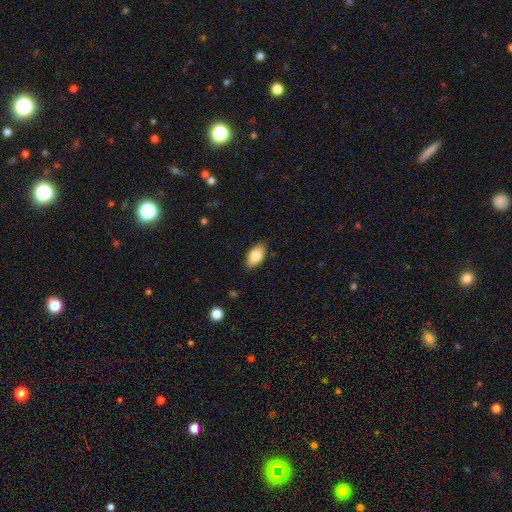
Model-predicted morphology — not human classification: Smooth or featured: smooth — 82% (featured or disk — 11%)
How rounded: in between — 93% (round — 4%)
Merging: none — 87% (minor disturbance — 10%)